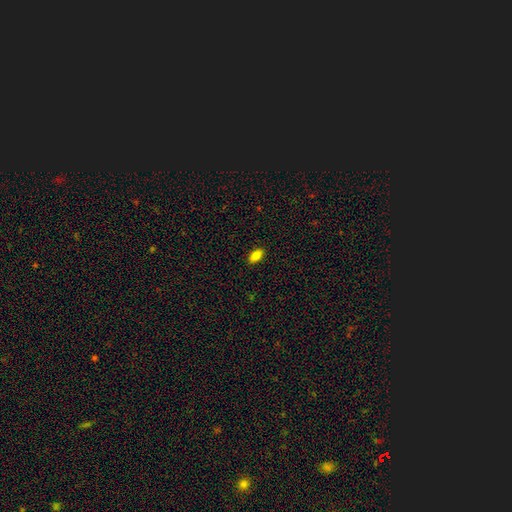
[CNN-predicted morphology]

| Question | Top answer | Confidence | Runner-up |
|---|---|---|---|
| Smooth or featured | smooth | 83% | star or artifact (9%) |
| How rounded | in between | 91% | cigar-shaped (5%) |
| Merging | none | 89% | minor disturbance (8%) |